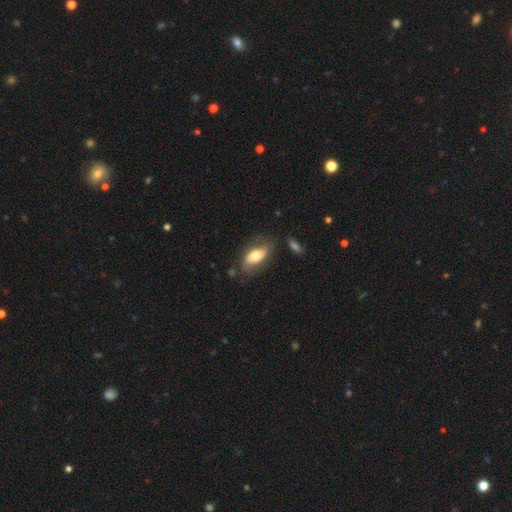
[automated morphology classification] Overall: smooth (60%; featured or disk 33%). How rounded: in between (86%). Merging: none (66%).